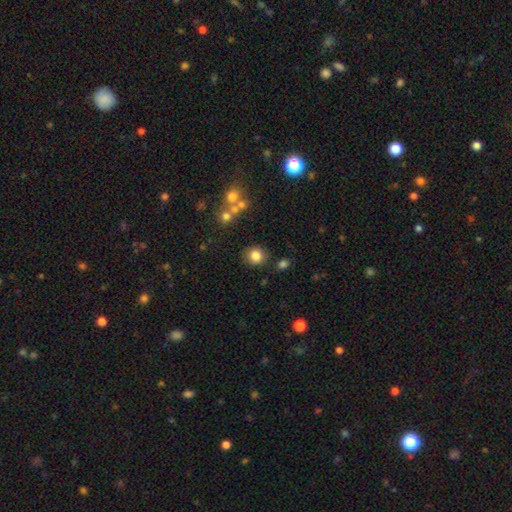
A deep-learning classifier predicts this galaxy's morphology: Q: Smooth or featured?
A: smooth (82%); runner-up: star or artifact (11%)
Q: How rounded?
A: round (87%); runner-up: in between (12%)
Q: Merging?
A: none (83%); runner-up: minor disturbance (9%)